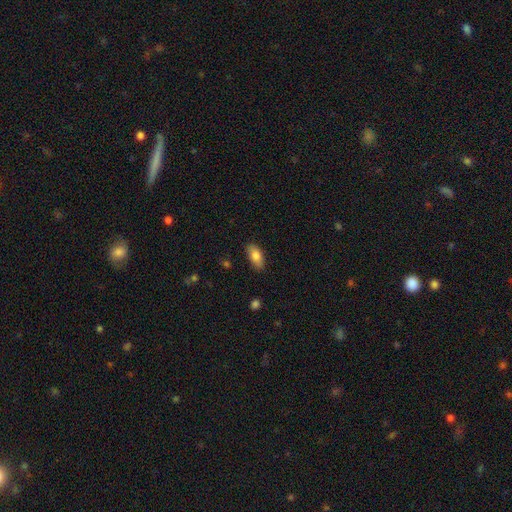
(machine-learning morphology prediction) smooth_or_featured: smooth (p=0.81) [alt: featured or disk p=0.12]
how_rounded: in between (p=0.89) [alt: cigar-shaped p=0.08]
merging: none (p=0.85) [alt: minor disturbance p=0.11]